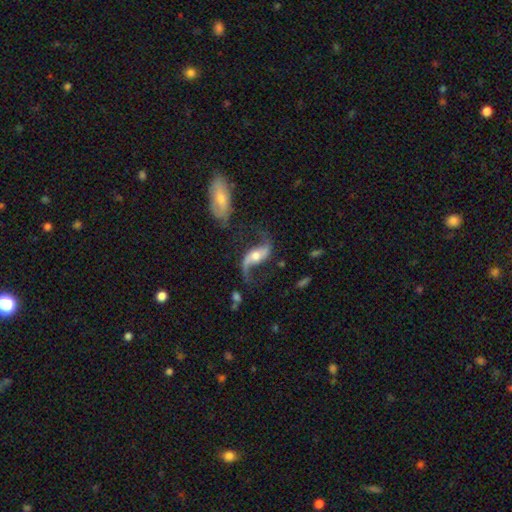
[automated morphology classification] Smooth or featured? Predicted: featured or disk (p=0.89). Edge-on disk? Predicted: no (p=0.94). Bar? Predicted: no (p=0.37). Spiral arms? Predicted: yes (p=0.96). Spiral winding? Predicted: loose (p=0.87). Spiral arm count? Predicted: 2 (p=0.92). Bulge size? Predicted: moderate (p=0.64). Merging? Predicted: none (p=0.66).